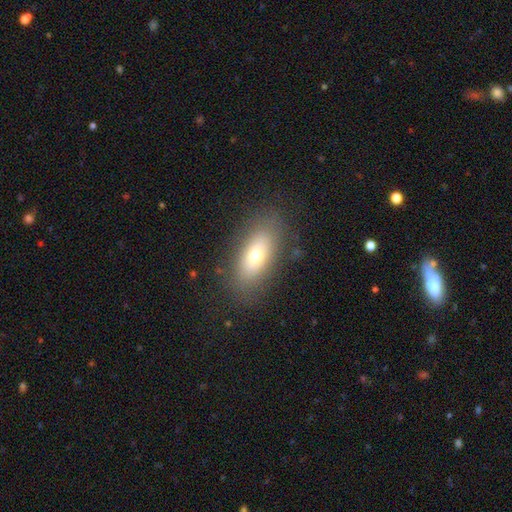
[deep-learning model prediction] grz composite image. It shows a smooth galaxy with no disk features (67%) that is in between round and cigar-shaped (82%). Merging: none (83%).